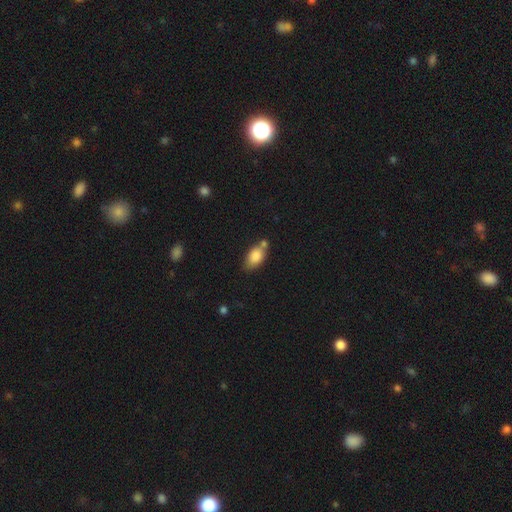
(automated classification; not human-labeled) Morphology: type=smooth (84%); roundness=in between (88%); merging=none (51%).